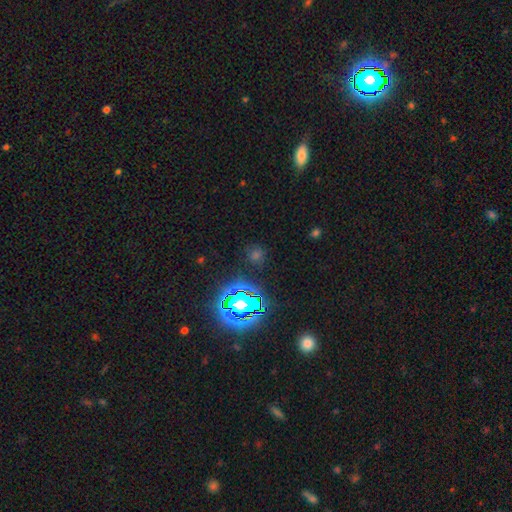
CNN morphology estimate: Smooth or featured? star or artifact (57%)